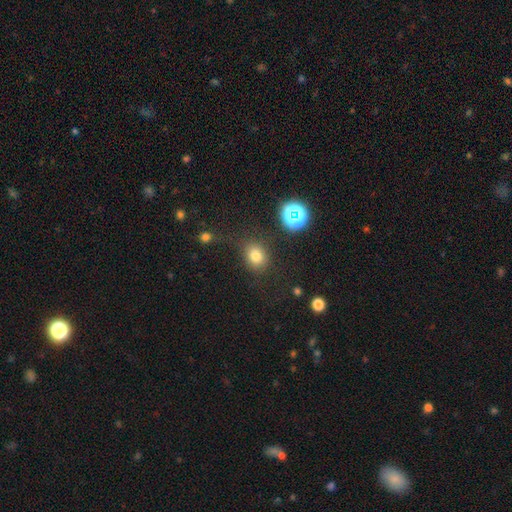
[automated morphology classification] Smooth or featured? smooth (75%)
How rounded? round (66%)
Merging? none (78%)